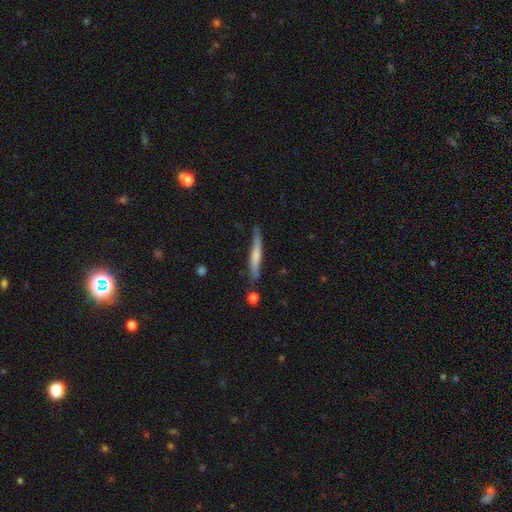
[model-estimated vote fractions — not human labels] smooth_or_featured: smooth (p=0.58) [alt: featured or disk p=0.36]
how_rounded: cigar-shaped (p=0.93) [alt: in between p=0.05]
merging: none (p=0.69) [alt: minor disturbance p=0.22]